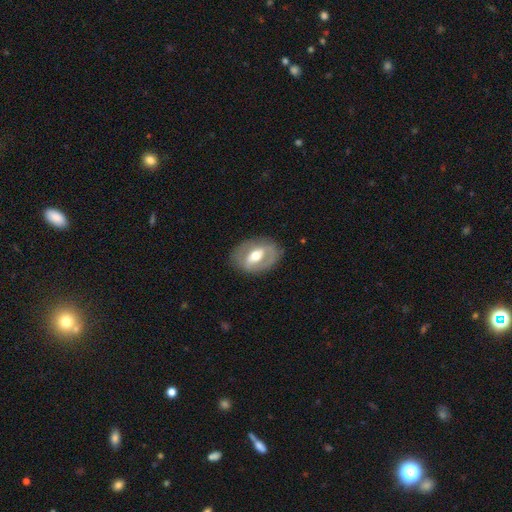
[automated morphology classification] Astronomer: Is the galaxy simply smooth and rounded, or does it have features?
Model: featured or disk — 63%.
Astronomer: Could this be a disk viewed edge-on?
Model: no — 91%.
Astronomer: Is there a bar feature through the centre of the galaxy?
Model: strong — 43% (runner-up: weak, 34%).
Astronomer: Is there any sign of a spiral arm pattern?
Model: no — 64%.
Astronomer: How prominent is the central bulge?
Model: moderate — 71%.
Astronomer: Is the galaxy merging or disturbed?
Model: none — 79%.